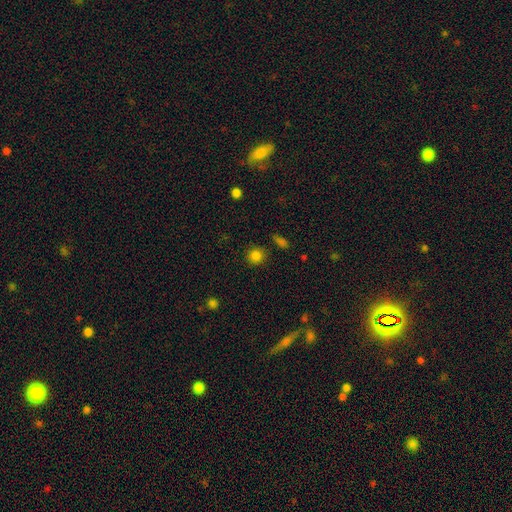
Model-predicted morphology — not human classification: Smooth or featured?
  - smooth: 82% *
  - star or artifact: 14%
  - featured or disk: 4%
How rounded?
  - round: 91% *
  - in between: 8%
  - cigar-shaped: 1%
Merging?
  - none: 86% *
  - minor disturbance: 8%
  - merger: 3%
  - major disturbance: 3%